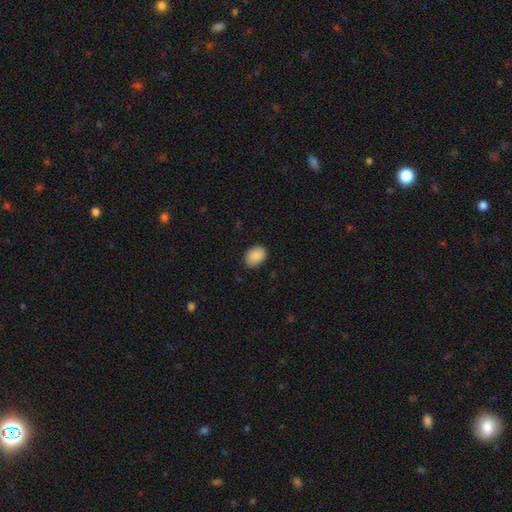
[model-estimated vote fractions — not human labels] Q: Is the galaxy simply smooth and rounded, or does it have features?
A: smooth — 89%.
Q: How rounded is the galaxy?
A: in between — 75%.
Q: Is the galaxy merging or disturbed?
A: none — 86%.